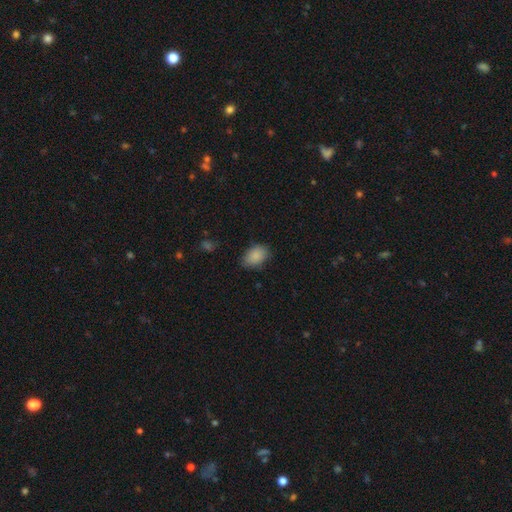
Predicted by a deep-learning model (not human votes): Smooth or featured? smooth (88%)
How rounded? in between (81%)
Merging? none (78%)